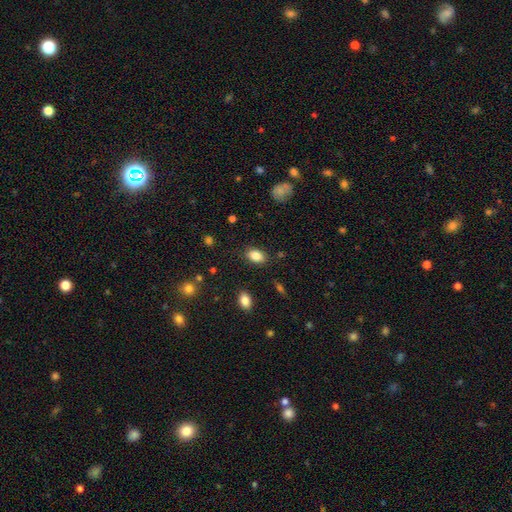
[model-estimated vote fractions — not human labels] Q: Smooth or featured?
A: smooth (85%); runner-up: star or artifact (9%)
Q: How rounded?
A: in between (85%); runner-up: round (13%)
Q: Merging?
A: none (84%); runner-up: minor disturbance (11%)